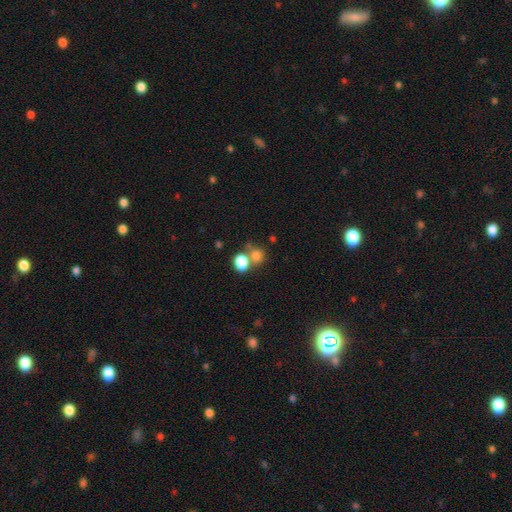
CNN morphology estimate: smooth-or-featured: smooth: 79% | star or artifact: 13% | featured or disk: 8%
  how-rounded: round: 63% | in between: 36% | cigar-shaped: 1%
  merging: none: 47% | merger: 40% | minor disturbance: 9% | major disturbance: 4%